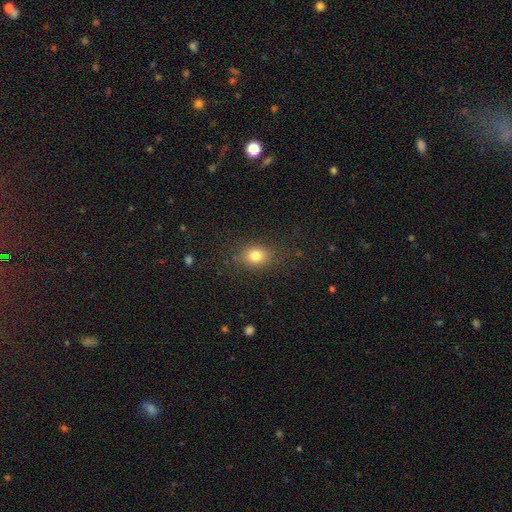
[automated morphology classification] This appears to be a smooth galaxy with no disk features (80%) that is in between round and cigar-shaped (56%). Merging: none (81%).